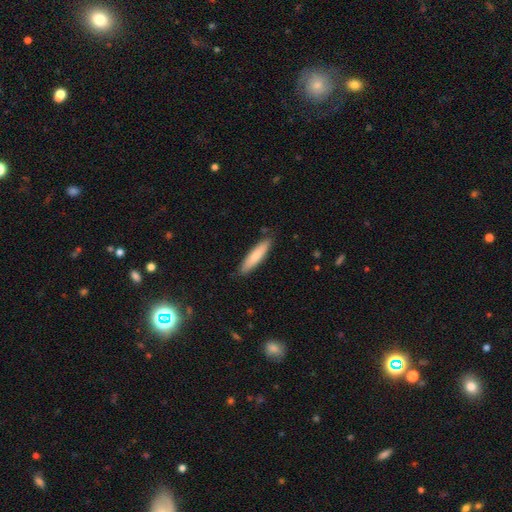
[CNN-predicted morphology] This is likely a smooth galaxy (80%). How rounded: clearly cigar-shaped (81%). Merging: clearly none (87%).